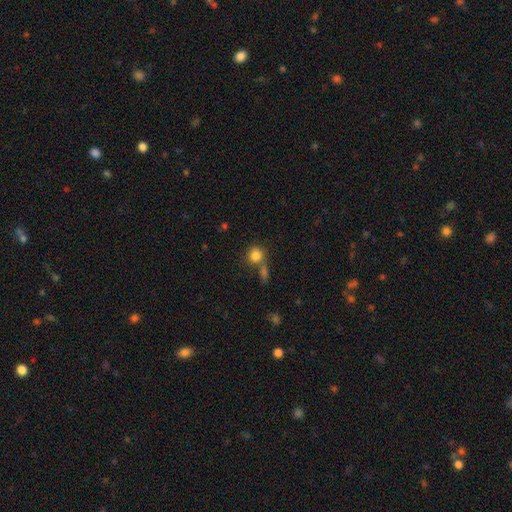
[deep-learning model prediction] Overall: smooth (83%). How rounded: round (84%). Merging: none (57%; merger 26%).